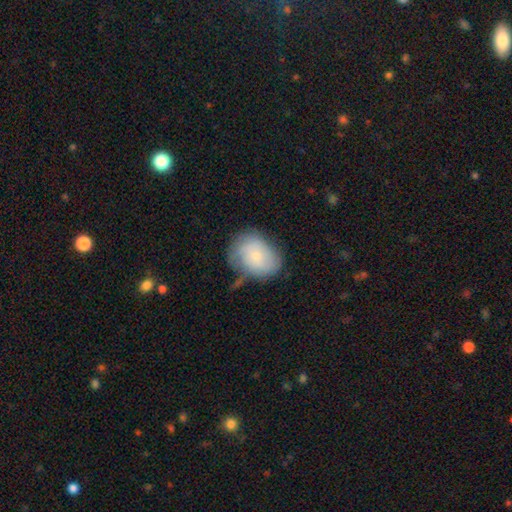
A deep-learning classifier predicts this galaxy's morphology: This is possibly a smooth galaxy (59%). How rounded: likely in between (63%). Merging: possibly none (55%).